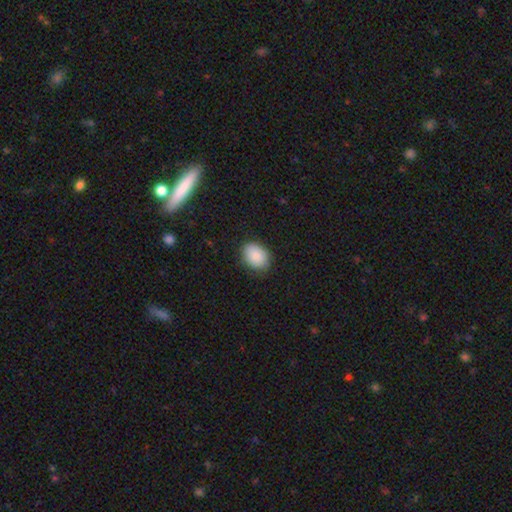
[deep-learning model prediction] smooth-or-featured: smooth: 88% | star or artifact: 7% | featured or disk: 5%
  how-rounded: in between: 68% | round: 31% | cigar-shaped: 1%
  merging: none: 84% | minor disturbance: 13% | major disturbance: 3% | merger: 1%